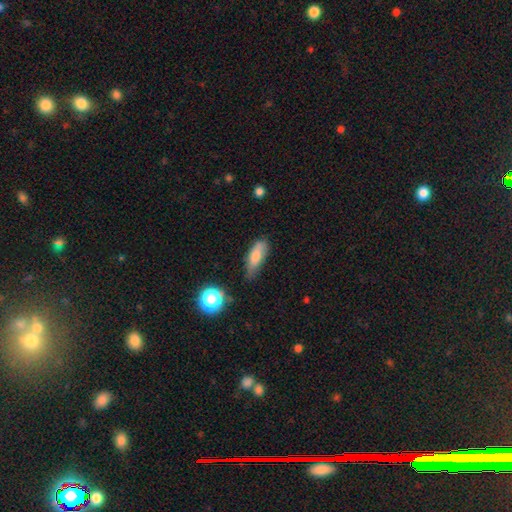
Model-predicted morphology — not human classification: type=smooth (72%); roundness=in between (58%); merging=none (58%).